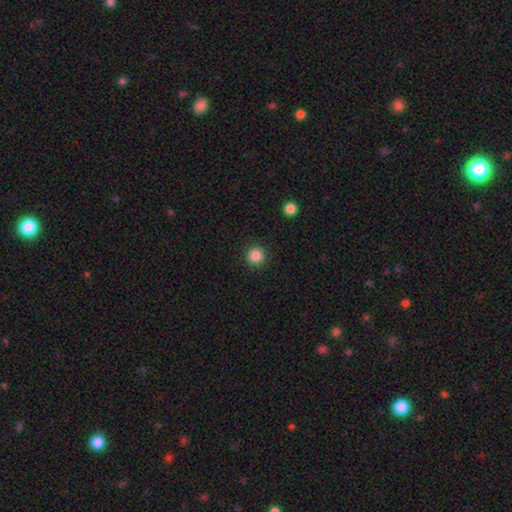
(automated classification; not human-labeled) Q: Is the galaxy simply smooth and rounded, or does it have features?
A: smooth — 85%.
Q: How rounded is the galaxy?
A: round — 95%.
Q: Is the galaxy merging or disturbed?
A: none — 92%.